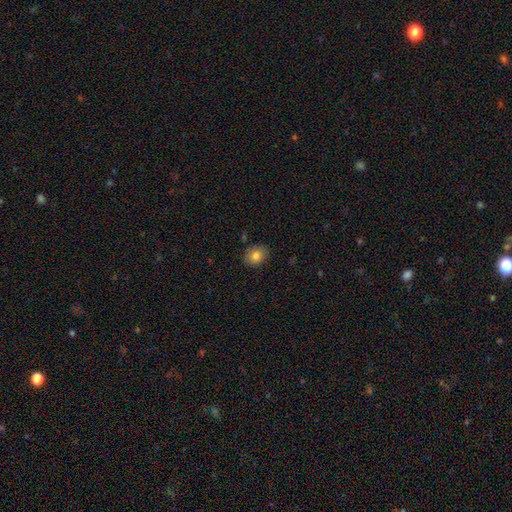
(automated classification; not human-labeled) smooth-or-featured: smooth: 82% | star or artifact: 9% | featured or disk: 8%
  how-rounded: in between: 51% | round: 48% | cigar-shaped: 1%
  merging: none: 85% | minor disturbance: 11% | major disturbance: 2% | merger: 2%